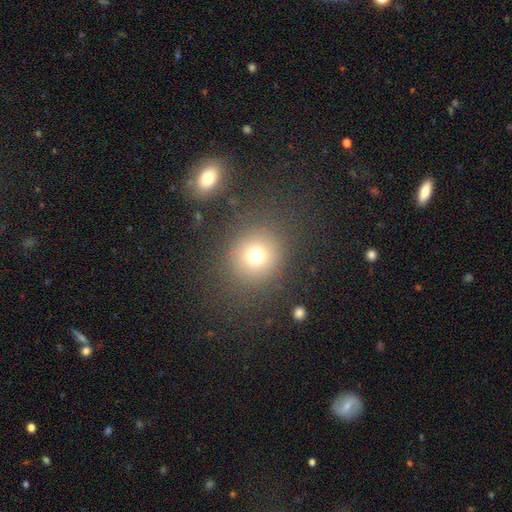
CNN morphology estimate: type=smooth (73%); roundness=round (87%); merging=none (84%).